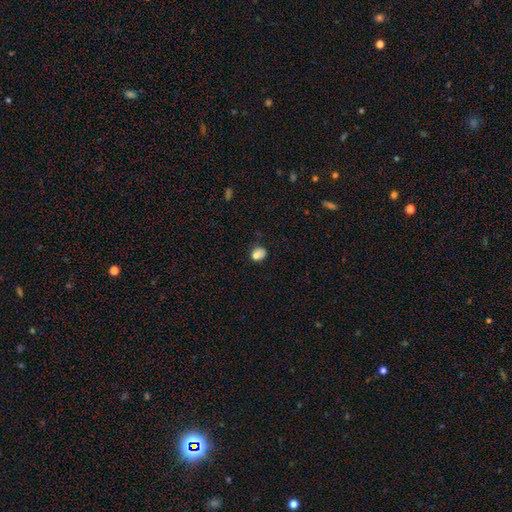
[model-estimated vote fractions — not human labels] smooth_or_featured: smooth (p=0.80) [alt: star or artifact p=0.11]
how_rounded: round (p=0.55) [alt: in between p=0.44]
merging: none (p=0.60) [alt: minor disturbance p=0.26]